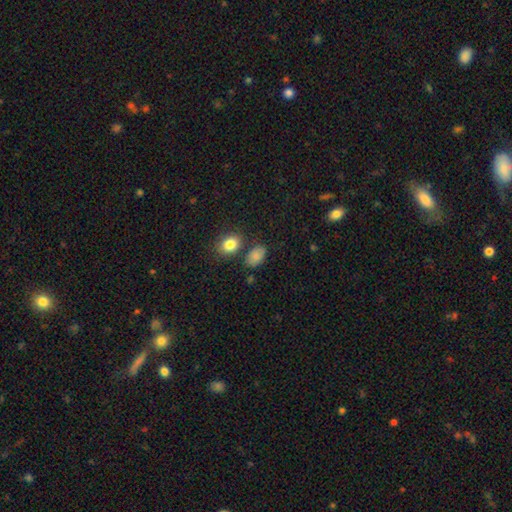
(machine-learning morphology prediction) Smooth or featured?
  - smooth: 84% *
  - star or artifact: 9%
  - featured or disk: 7%
How rounded?
  - in between: 85% *
  - round: 13%
  - cigar-shaped: 1%
Merging?
  - none: 71% *
  - minor disturbance: 16%
  - merger: 9%
  - major disturbance: 4%